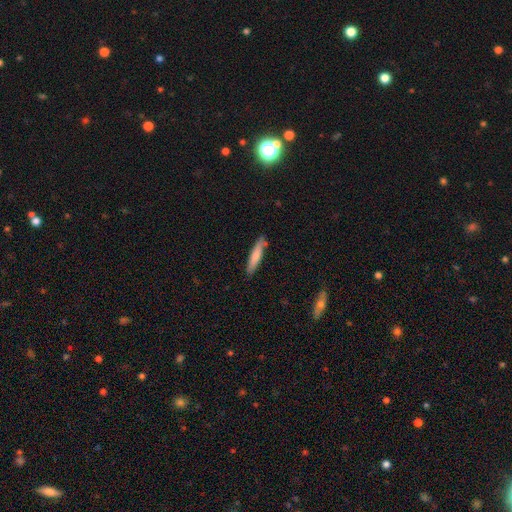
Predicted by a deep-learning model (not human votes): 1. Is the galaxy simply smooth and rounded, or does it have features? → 73% smooth, 21% featured or disk, 5% star or artifact.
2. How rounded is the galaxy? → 87% cigar-shaped, 12% in between, 1% round.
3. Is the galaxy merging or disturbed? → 83% none, 13% minor disturbance, 2% merger, 2% major disturbance.